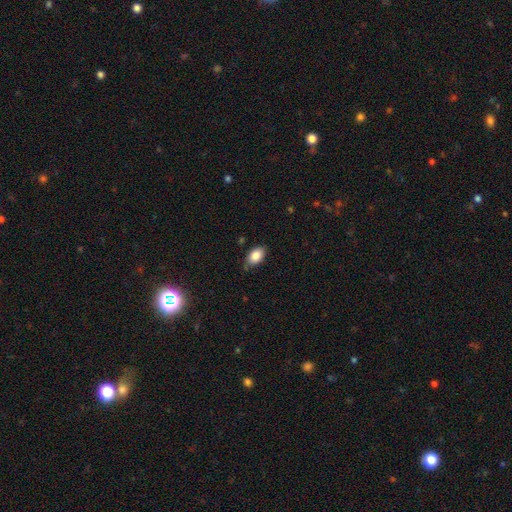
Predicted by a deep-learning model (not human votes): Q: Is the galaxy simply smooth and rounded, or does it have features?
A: smooth — 85%.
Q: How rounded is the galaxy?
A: in between — 90%.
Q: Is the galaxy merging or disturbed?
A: none — 73%.